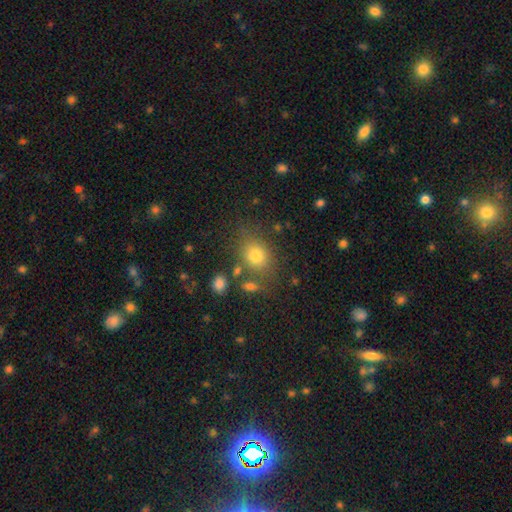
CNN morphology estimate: This is likely a smooth galaxy (77%). How rounded: possibly in between (50%). Merging: likely none (72%).